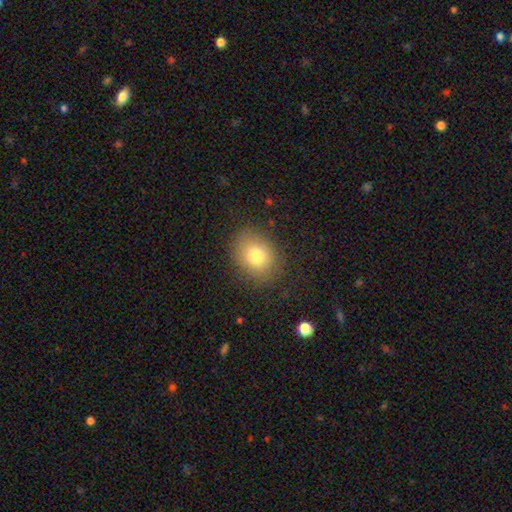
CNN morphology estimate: This appears to be a smooth galaxy with no disk features (79%) that is round (51%). Merging: none (83%).